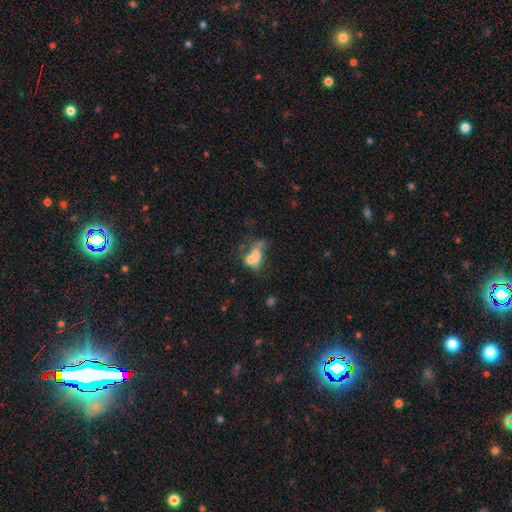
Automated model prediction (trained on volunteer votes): A smooth galaxy with no disk features (54%) that is in between round and cigar-shaped (72%).

Vote fractions:
- Smooth or featured? smooth: 54% / featured or disk: 32% / star or artifact: 14%
- How rounded? in between: 72% / round: 25% / cigar-shaped: 3%
- Merging? merger: 57% / major disturbance: 17% / none: 16% / minor disturbance: 10%